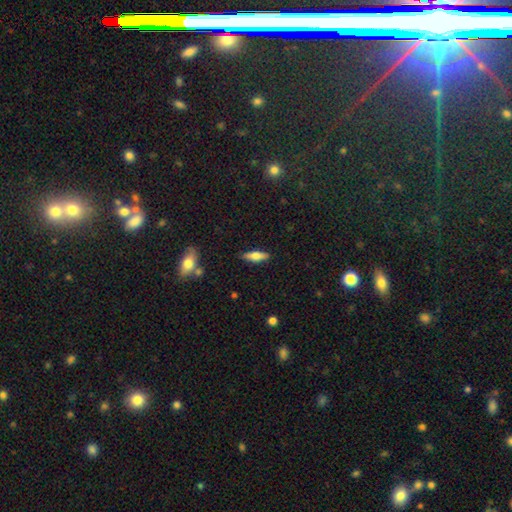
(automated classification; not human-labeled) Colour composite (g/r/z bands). It shows a smooth galaxy with no disk features (61%) that is cigar-shaped (57%). Merging: none (87%).